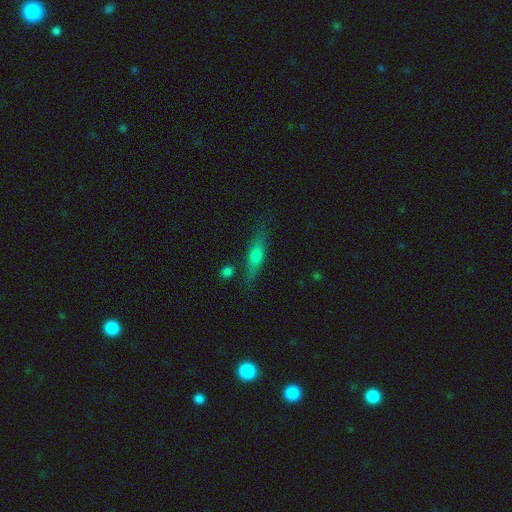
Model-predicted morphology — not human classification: The model was most divided on "smooth or featured": smooth: 50%, featured or disk: 40%, star or artifact: 10%. More confident: merging — none (78%); how rounded — cigar-shaped (67%).